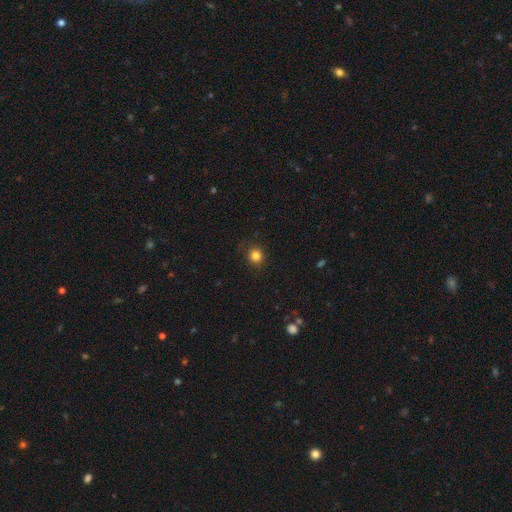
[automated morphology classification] smooth 83%, star or artifact 13%, featured or disk 5%. Down the decision tree: how rounded — round (90%); merging — none (84%).